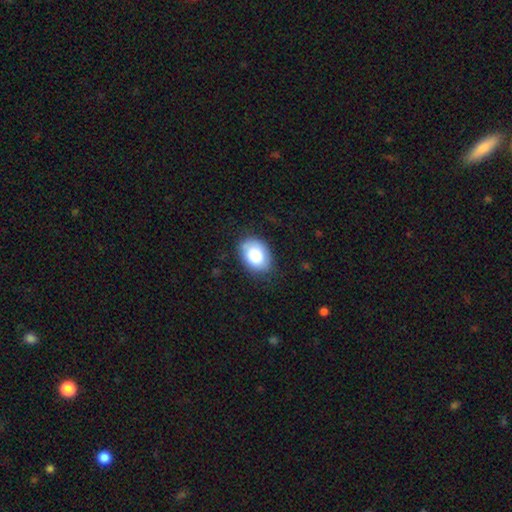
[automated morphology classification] Smooth or featured: smooth — 82% (featured or disk — 11%)
How rounded: in between — 79% (round — 20%)
Merging: none — 77% (minor disturbance — 18%)